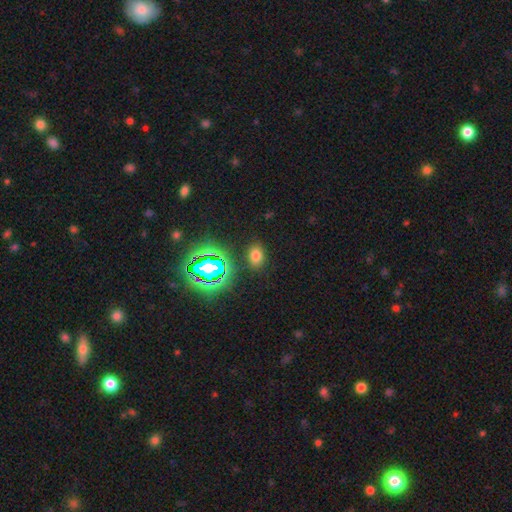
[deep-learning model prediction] smooth_or_featured: smooth (p=0.67) [alt: star or artifact p=0.26]
how_rounded: in between (p=0.78) [alt: round p=0.20]
merging: none (p=0.85) [alt: minor disturbance p=0.09]